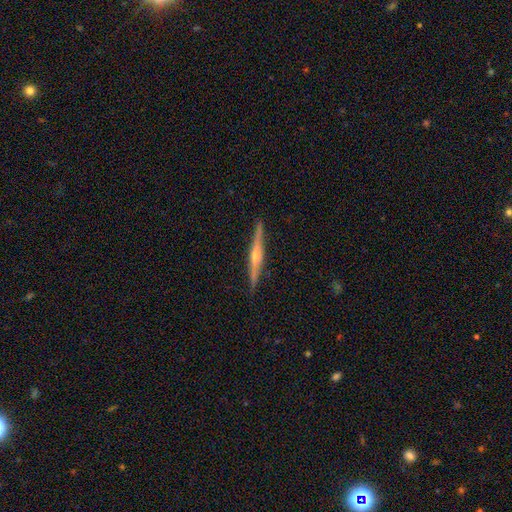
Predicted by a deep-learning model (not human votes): Smooth or featured? Predicted: featured or disk (p=0.78). Edge-on disk? Predicted: yes (p=0.98). Edge-on bulge? Predicted: rounded (p=0.81). Merging? Predicted: none (p=0.91).